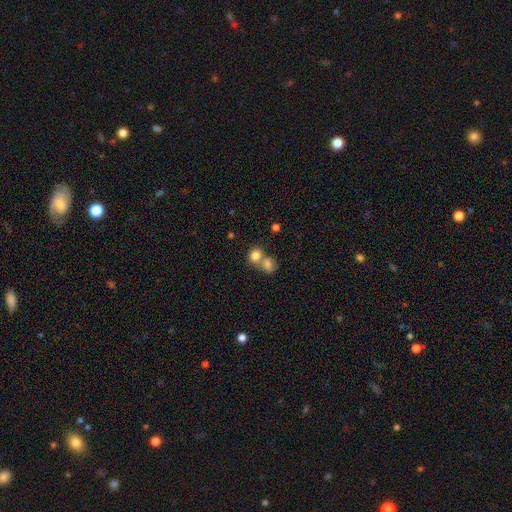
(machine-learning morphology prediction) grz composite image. It shows a smooth galaxy with no disk features (80%) that is round (65%). Merging: merger (57%).